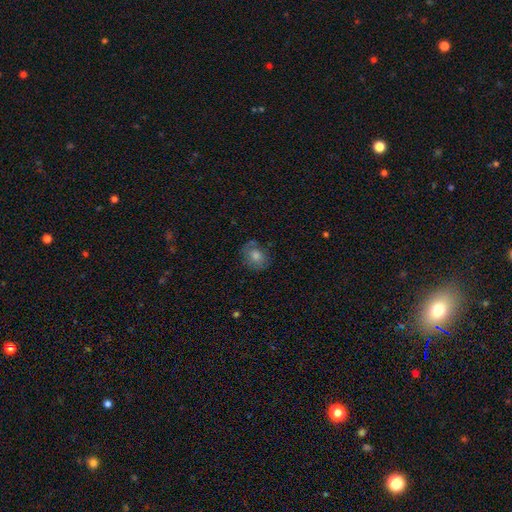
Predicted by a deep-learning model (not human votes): The model was most divided on "how rounded": round: 57%, in between: 42%, cigar-shaped: 1%. More confident: merging — none (74%); smooth or featured — smooth (59%).